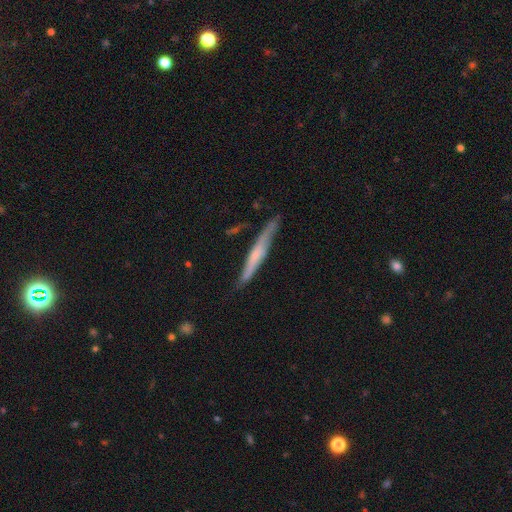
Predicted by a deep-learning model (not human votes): This appears to be a featured or disk galaxy (55%) viewed edge-on (90%). Merging: none (74%).